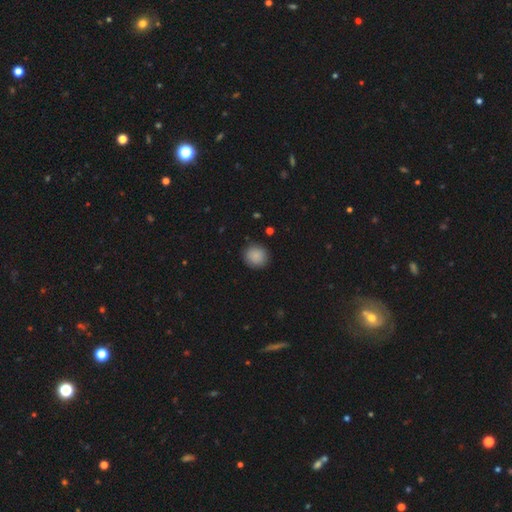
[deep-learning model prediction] Morphology: type=smooth (88%); roundness=round (91%); merging=none (88%).